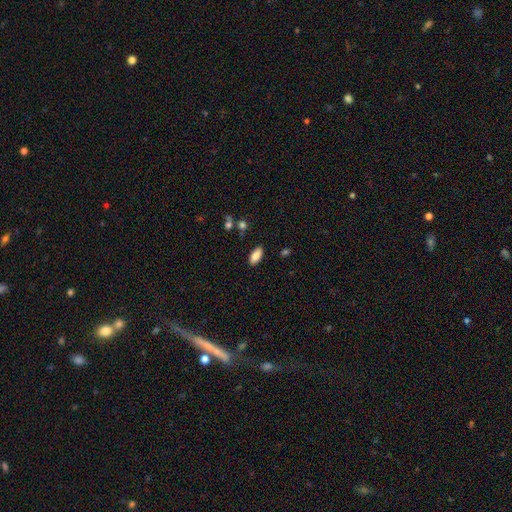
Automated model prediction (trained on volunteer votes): Q: Smooth or featured?
A: smooth (87%); runner-up: star or artifact (8%)
Q: How rounded?
A: in between (89%); runner-up: cigar-shaped (9%)
Q: Merging?
A: none (87%); runner-up: minor disturbance (9%)